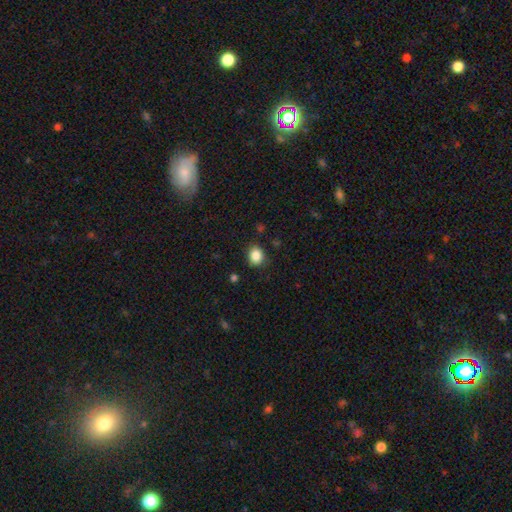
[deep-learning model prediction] smooth_or_featured: smooth (p=0.86) [alt: star or artifact p=0.10]
how_rounded: round (p=0.58) [alt: in between p=0.41]
merging: none (p=0.83) [alt: minor disturbance p=0.12]